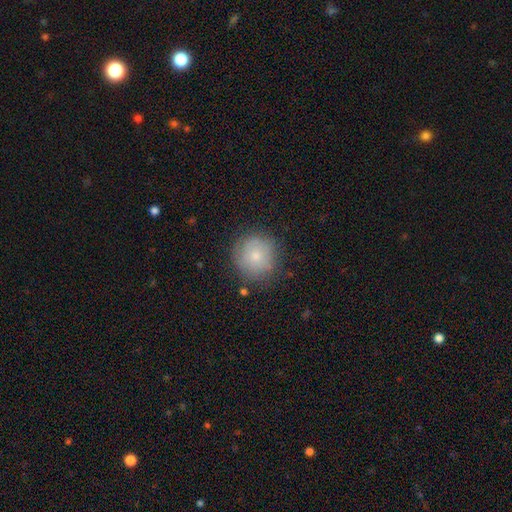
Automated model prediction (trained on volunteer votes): Smooth or featured? Predicted: smooth (p=0.73). How rounded? Predicted: round (p=0.92). Merging? Predicted: none (p=0.78).